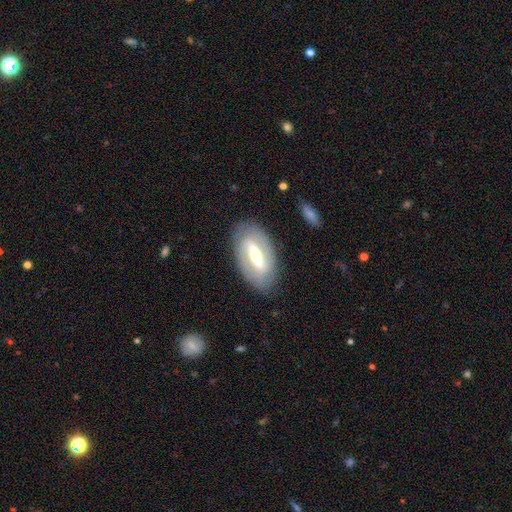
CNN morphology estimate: Overall: featured or disk (71%). Edge-on disk: no (87%). Bar: strong (62%; weak 29%). Spiral arms: yes (62%; no 38%). Bulge size: moderate (60%; small 26%). Merging: none (84%).